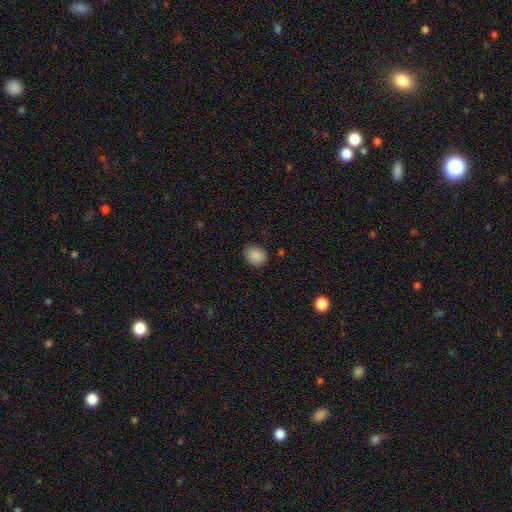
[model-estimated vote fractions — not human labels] smooth 88%, star or artifact 8%, featured or disk 4%. Down the decision tree: how rounded — round (54%); merging — none (86%).